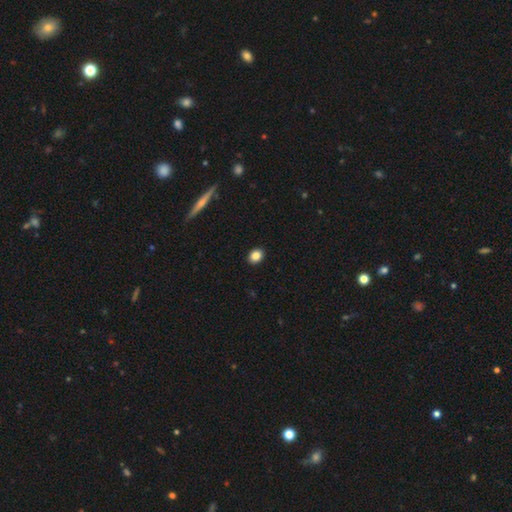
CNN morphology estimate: smooth_or_featured: smooth (p=0.86) [alt: star or artifact p=0.10]
how_rounded: in between (p=0.50) [alt: round p=0.49]
merging: none (p=0.92) [alt: minor disturbance p=0.06]